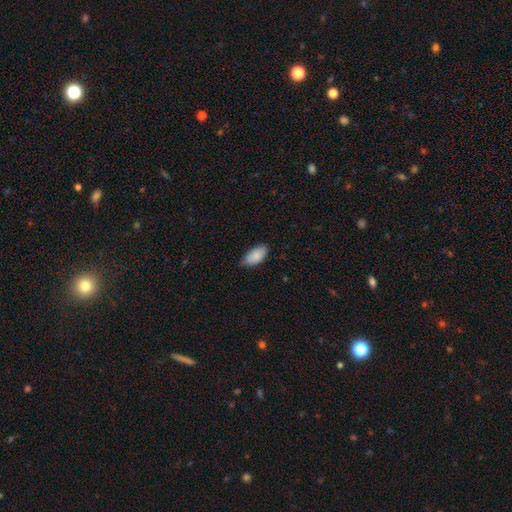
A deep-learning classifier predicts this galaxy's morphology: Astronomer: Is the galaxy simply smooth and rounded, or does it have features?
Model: smooth — 88%.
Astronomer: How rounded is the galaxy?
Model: in between — 94%.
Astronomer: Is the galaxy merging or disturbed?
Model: none — 71%.